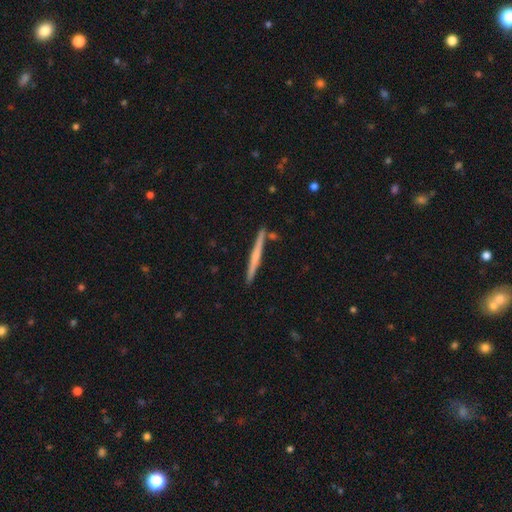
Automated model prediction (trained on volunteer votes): Smooth or featured?
  - featured or disk: 54% *
  - smooth: 41%
  - star or artifact: 5%
Edge-on disk?
  - yes: 98% *
  - no: 2%
Edge-on bulge?
  - none: 57% *
  - rounded: 34%
  - boxy: 9%
Merging?
  - none: 89% *
  - minor disturbance: 7%
  - merger: 3%
  - major disturbance: 1%